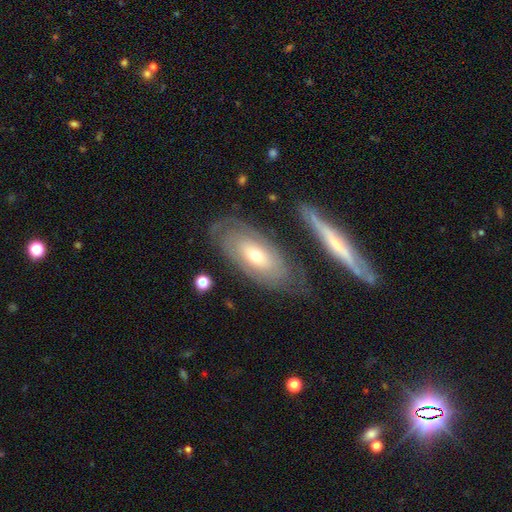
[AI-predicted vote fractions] This appears to be a featured or disk galaxy (62%) with no bar (80%), spiral arms (64%) and a moderate central bulge (56%). Merging: none (71%).